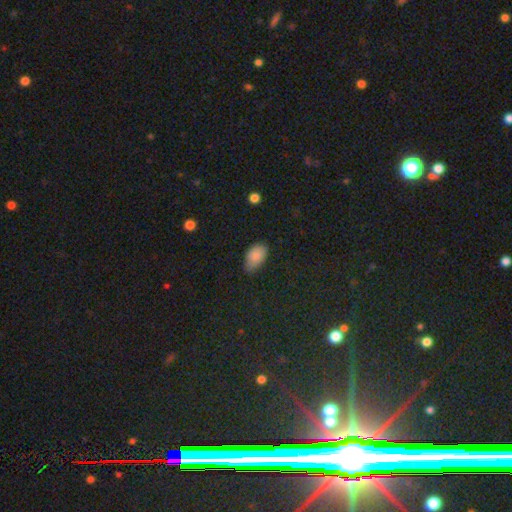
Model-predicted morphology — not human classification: Smooth or featured: smooth — 86% (star or artifact — 9%)
How rounded: in between — 92% (round — 6%)
Merging: none — 64% (minor disturbance — 30%)